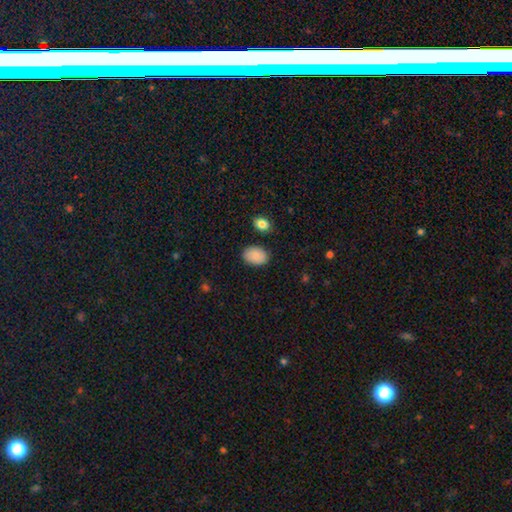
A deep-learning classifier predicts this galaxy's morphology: Smooth or featured?
  - smooth: 89% *
  - star or artifact: 7%
  - featured or disk: 4%
How rounded?
  - in between: 83% *
  - round: 16%
  - cigar-shaped: 1%
Merging?
  - none: 86% *
  - minor disturbance: 10%
  - major disturbance: 2%
  - merger: 2%